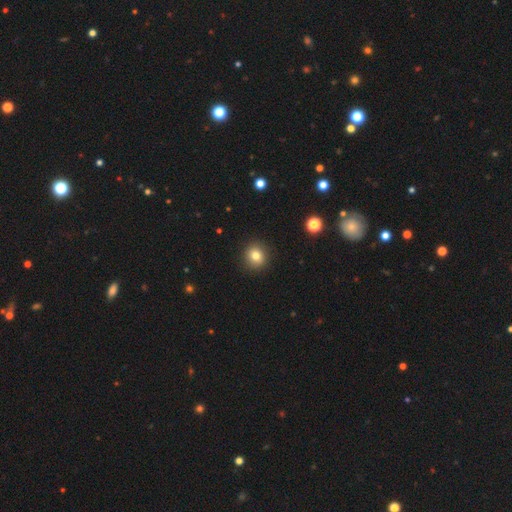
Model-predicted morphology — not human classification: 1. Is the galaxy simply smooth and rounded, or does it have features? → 79% smooth, 12% star or artifact, 9% featured or disk.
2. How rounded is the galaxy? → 89% round, 10% in between, 1% cigar-shaped.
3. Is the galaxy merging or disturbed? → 91% none, 6% minor disturbance, 2% major disturbance, 1% merger.